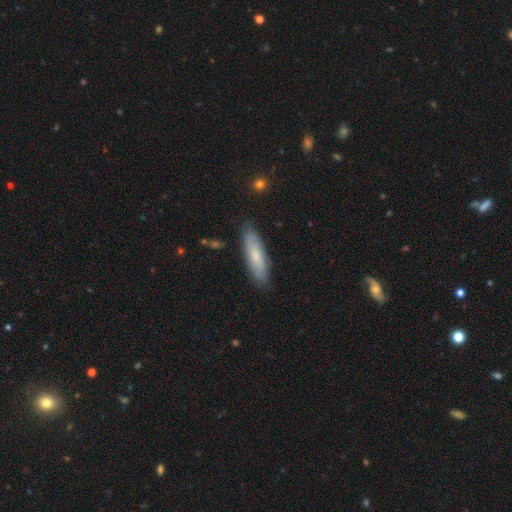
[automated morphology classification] This appears to be a smooth galaxy with no disk features (70%) that is cigar-shaped (65%). Merging: none (85%).